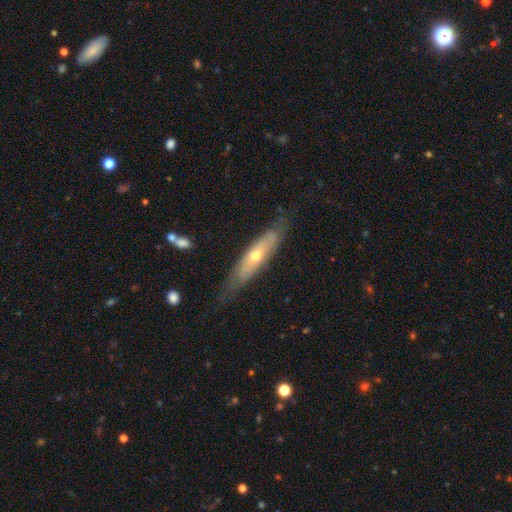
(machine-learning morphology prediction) Smooth or featured? Predicted: featured or disk (p=0.61). Edge-on disk? Predicted: yes (p=0.55). Merging? Predicted: none (p=0.69).